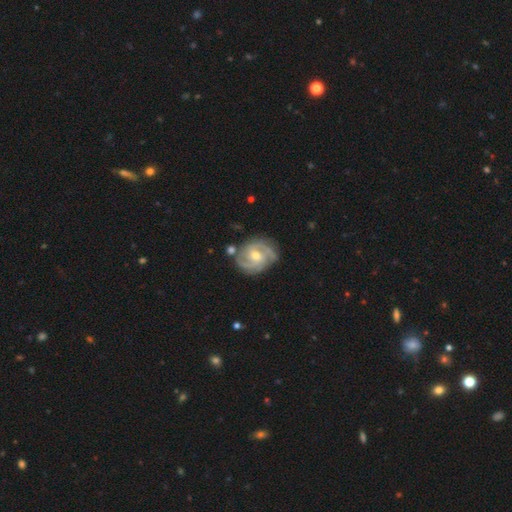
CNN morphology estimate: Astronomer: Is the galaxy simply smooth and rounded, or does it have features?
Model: featured or disk — 89%.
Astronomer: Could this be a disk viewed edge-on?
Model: no — 98%.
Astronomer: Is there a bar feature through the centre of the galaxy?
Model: no — 52% (runner-up: weak, 38%).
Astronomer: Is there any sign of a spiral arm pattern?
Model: yes — 97%.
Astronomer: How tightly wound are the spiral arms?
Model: tight — 51% (runner-up: medium, 42%).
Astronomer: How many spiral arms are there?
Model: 2 — 39% (runner-up: 3, 37%).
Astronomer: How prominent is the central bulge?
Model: moderate — 53% (runner-up: small, 44%).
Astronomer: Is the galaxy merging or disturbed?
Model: none — 73%.